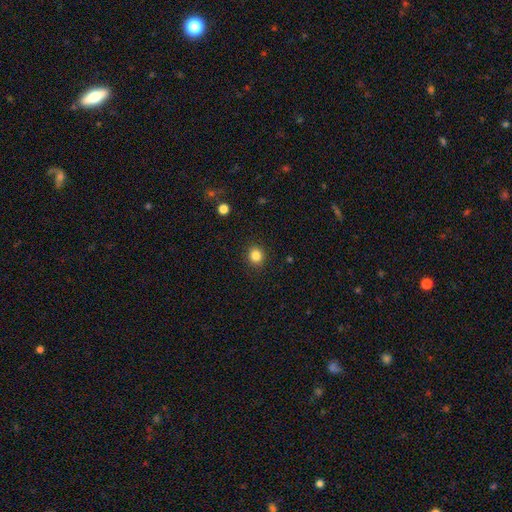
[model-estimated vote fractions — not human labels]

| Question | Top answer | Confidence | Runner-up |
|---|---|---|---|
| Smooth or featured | smooth | 85% | star or artifact (11%) |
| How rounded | round | 82% | in between (17%) |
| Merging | none | 91% | minor disturbance (6%) |